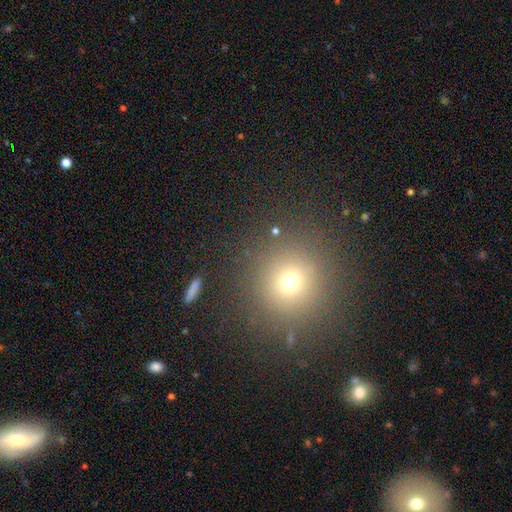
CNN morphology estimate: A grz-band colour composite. It shows a smooth galaxy with no disk features (63%) that is round (92%). Merging: none (89%).